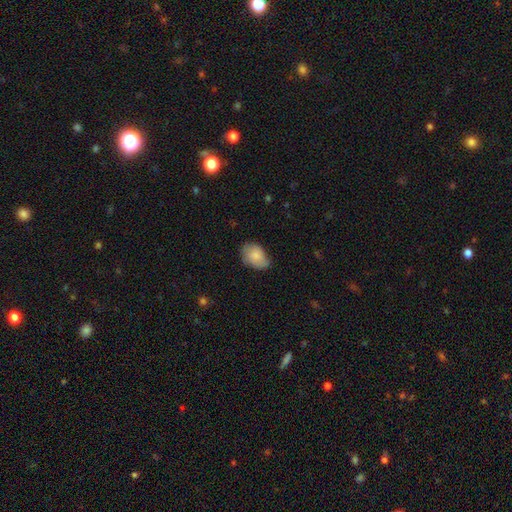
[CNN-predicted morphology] Smooth or featured?
  - smooth: 78% *
  - featured or disk: 15%
  - star or artifact: 7%
How rounded?
  - in between: 84% *
  - round: 15%
  - cigar-shaped: 1%
Merging?
  - none: 57% *
  - minor disturbance: 34%
  - major disturbance: 8%
  - merger: 2%